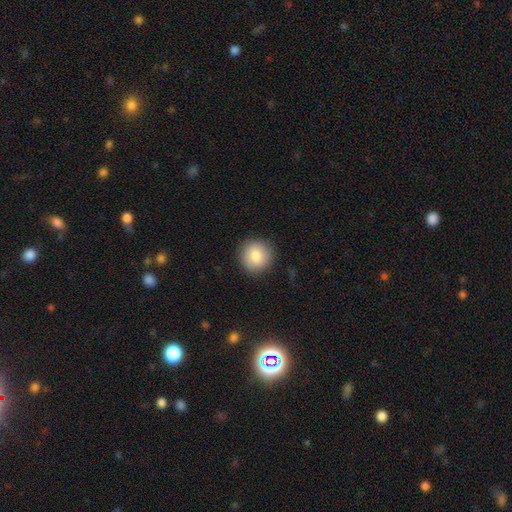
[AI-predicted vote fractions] Morphology: type=smooth (84%); roundness=round (94%); merging=none (89%).